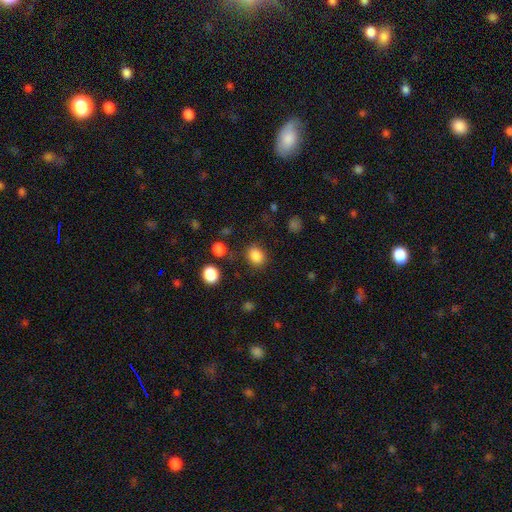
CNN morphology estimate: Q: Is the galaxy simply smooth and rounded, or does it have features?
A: smooth — 84%.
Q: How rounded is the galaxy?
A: round — 58%.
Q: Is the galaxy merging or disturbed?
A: none — 80%.